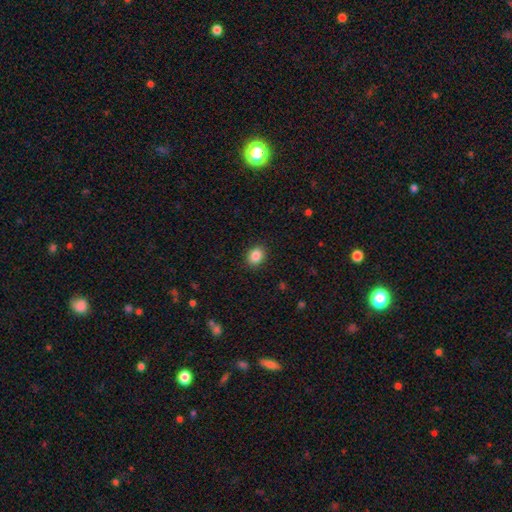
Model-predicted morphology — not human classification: This is clearly a smooth galaxy (86%). How rounded: possibly in between (51%). Merging: clearly none (90%).